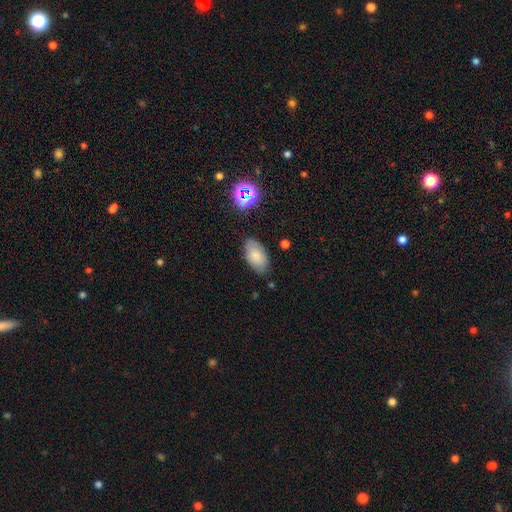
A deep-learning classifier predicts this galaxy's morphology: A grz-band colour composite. It shows a smooth galaxy with no disk features (79%) that is in between round and cigar-shaped (94%). Merging: none (78%).